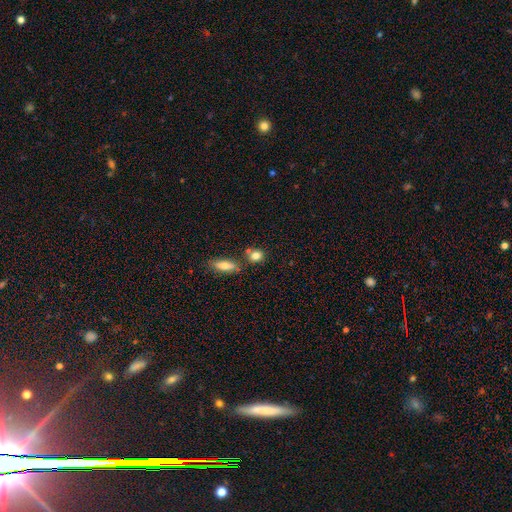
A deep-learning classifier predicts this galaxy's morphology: Smooth or featured?
  - smooth: 81% *
  - star or artifact: 10%
  - featured or disk: 9%
How rounded?
  - round: 51% *
  - in between: 44%
  - cigar-shaped: 5%
Merging?
  - none: 62% *
  - merger: 21%
  - minor disturbance: 13%
  - major disturbance: 4%